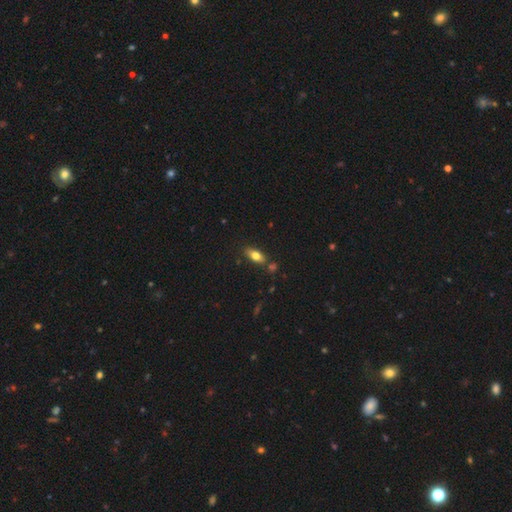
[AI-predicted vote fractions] Q: Smooth or featured?
A: smooth (73%); runner-up: featured or disk (19%)
Q: How rounded?
A: in between (80%); runner-up: cigar-shaped (15%)
Q: Merging?
A: none (74%); runner-up: minor disturbance (13%)